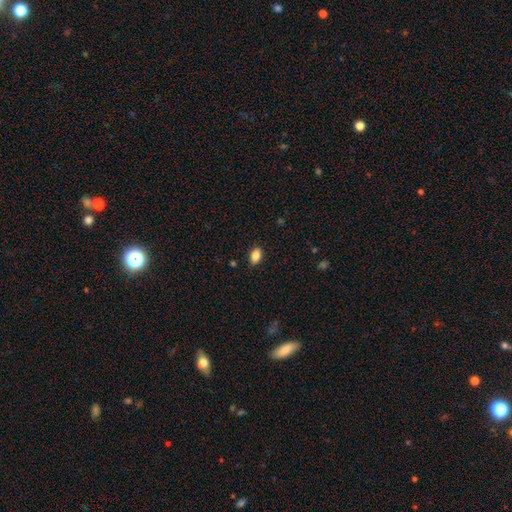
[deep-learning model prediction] This appears to be a smooth galaxy with no disk features (86%) that is in between round and cigar-shaped (88%). Merging: none (88%).